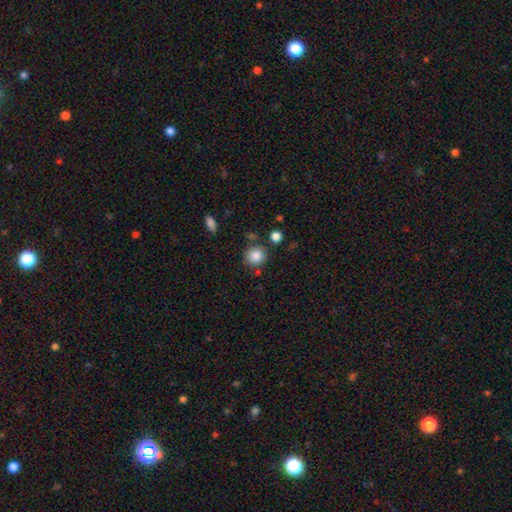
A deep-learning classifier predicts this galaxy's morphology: The model was most divided on "merging": none: 77%, minor disturbance: 11%, merger: 8%, major disturbance: 4%. More confident: how rounded — round (87%); smooth or featured — smooth (85%).